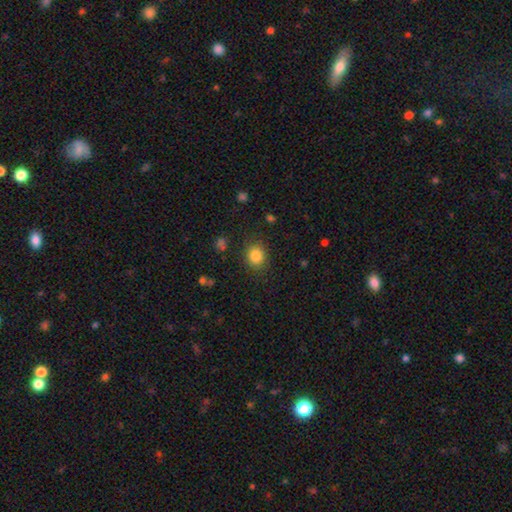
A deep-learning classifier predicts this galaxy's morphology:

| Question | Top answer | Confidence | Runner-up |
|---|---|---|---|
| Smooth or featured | smooth | 84% | star or artifact (10%) |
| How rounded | round | 68% | in between (31%) |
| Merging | none | 85% | minor disturbance (10%) |